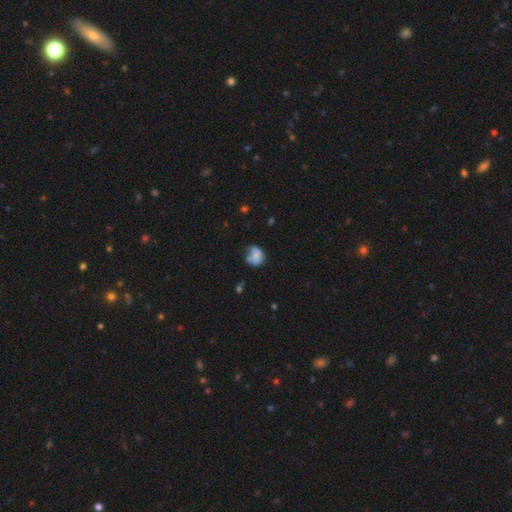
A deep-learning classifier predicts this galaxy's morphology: Smooth or featured? smooth (64%)
How rounded? round (59%)
Merging? none (37%)